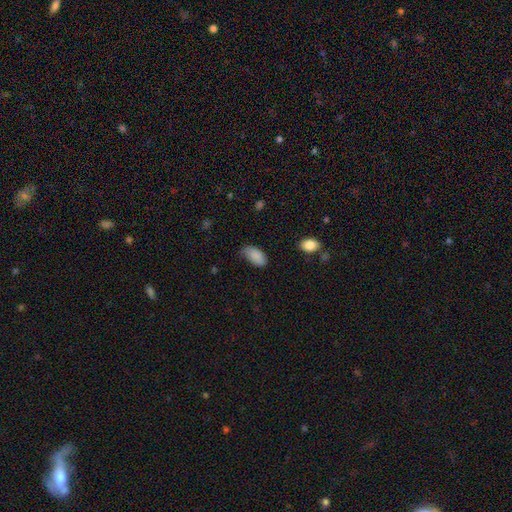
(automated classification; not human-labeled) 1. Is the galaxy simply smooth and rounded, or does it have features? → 87% smooth, 7% star or artifact, 6% featured or disk.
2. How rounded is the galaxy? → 95% in between, 3% round, 2% cigar-shaped.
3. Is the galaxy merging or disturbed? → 60% none, 32% minor disturbance, 7% major disturbance, 2% merger.